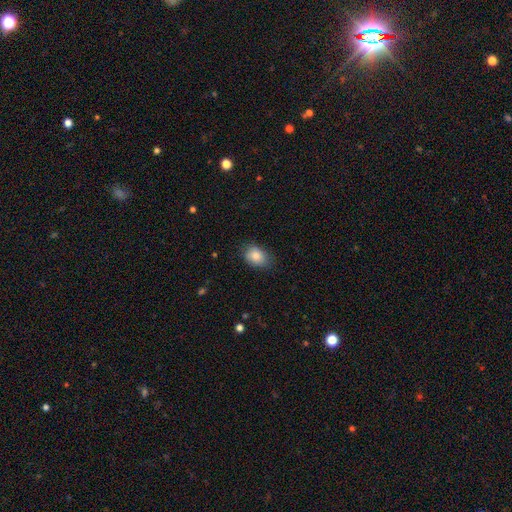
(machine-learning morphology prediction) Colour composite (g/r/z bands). It shows a smooth galaxy with no disk features (86%) that is in between round and cigar-shaped (69%). Merging: none (78%).